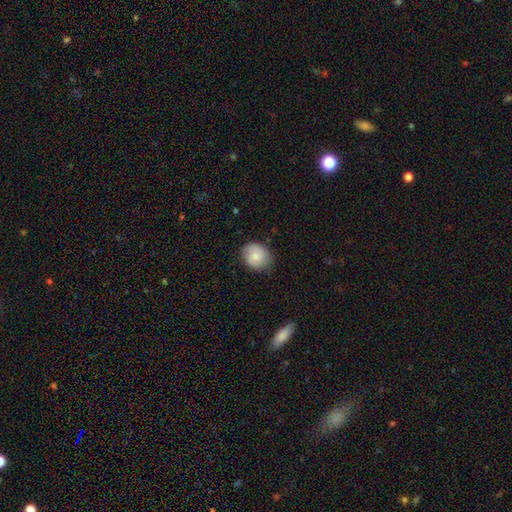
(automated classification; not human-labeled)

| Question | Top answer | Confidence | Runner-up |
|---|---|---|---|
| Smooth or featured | smooth | 78% | featured or disk (15%) |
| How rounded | round | 71% | in between (28%) |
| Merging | none | 76% | minor disturbance (19%) |